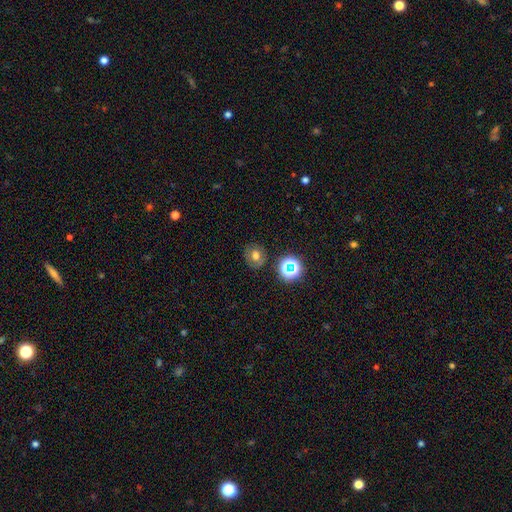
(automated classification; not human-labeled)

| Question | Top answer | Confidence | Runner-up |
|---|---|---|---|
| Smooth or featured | smooth | 62% | star or artifact (21%) |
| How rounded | round | 73% | in between (26%) |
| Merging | none | 79% | minor disturbance (13%) |